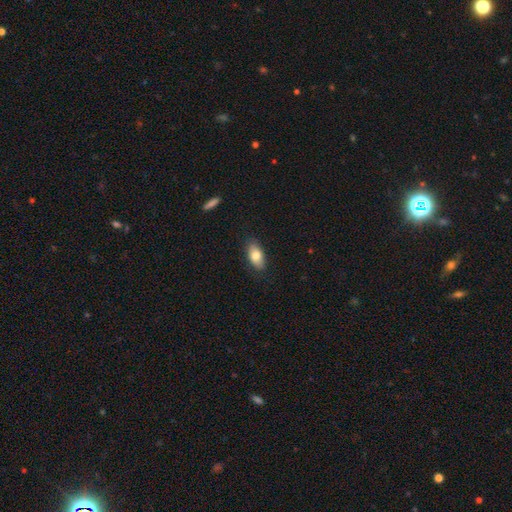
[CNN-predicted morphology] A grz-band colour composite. It shows a smooth galaxy with no disk features (79%) that is in between round and cigar-shaped (89%). Merging: none (85%).